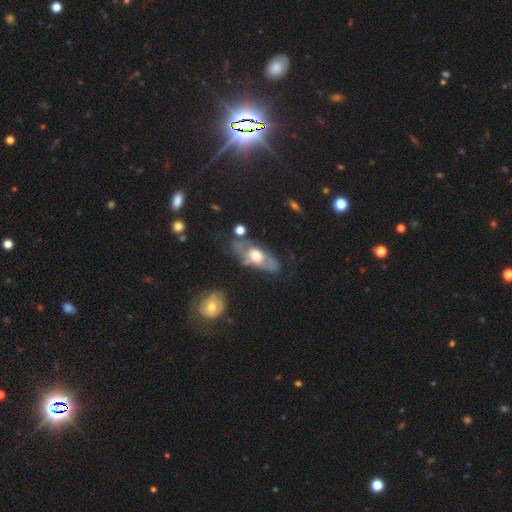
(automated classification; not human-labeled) Morphology: type=featured or disk (66%); edge-on=no (82%); bar=no (78%); spiral arms=yes (54%); bulge=moderate (62%); merging=none (58%).